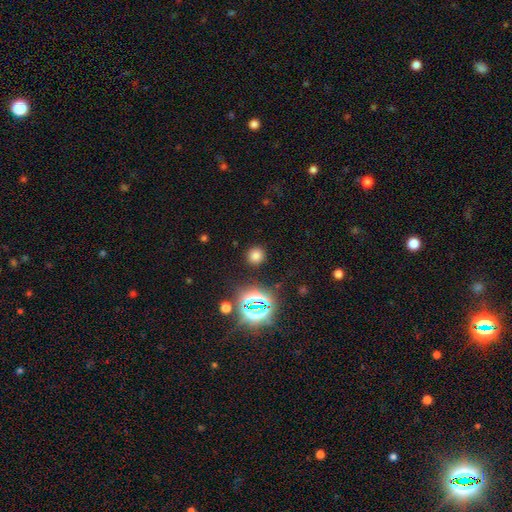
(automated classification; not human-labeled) Overall: smooth (71%). How rounded: round (90%). Merging: none (88%).